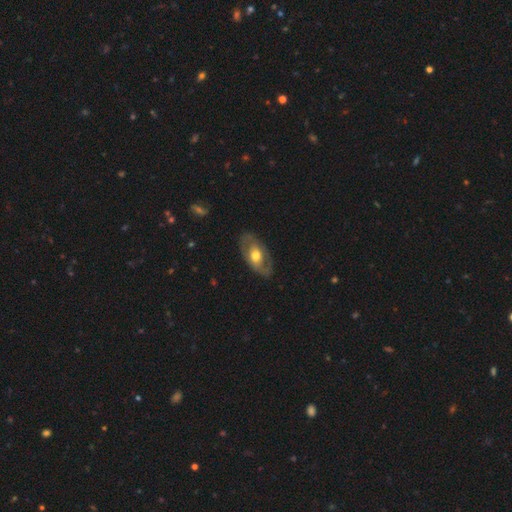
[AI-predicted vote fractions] Q: Smooth or featured?
A: featured or disk (57%); runner-up: smooth (37%)
Q: Edge-on disk?
A: no (89%); runner-up: yes (11%)
Q: Bar?
A: no (68%); runner-up: weak (23%)
Q: Spiral arms?
A: no (59%); runner-up: yes (41%)
Q: Bulge size?
A: moderate (69%); runner-up: large (18%)
Q: Merging?
A: none (79%); runner-up: minor disturbance (14%)